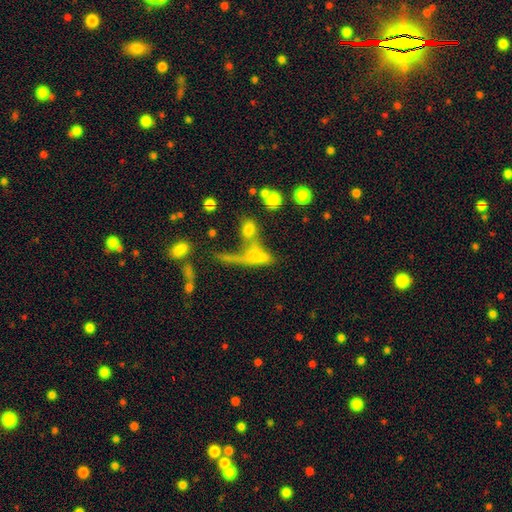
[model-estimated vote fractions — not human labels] smooth 59%, featured or disk 25%, star or artifact 16%. Down the decision tree: how rounded — in between (53%); merging — merger (44%).